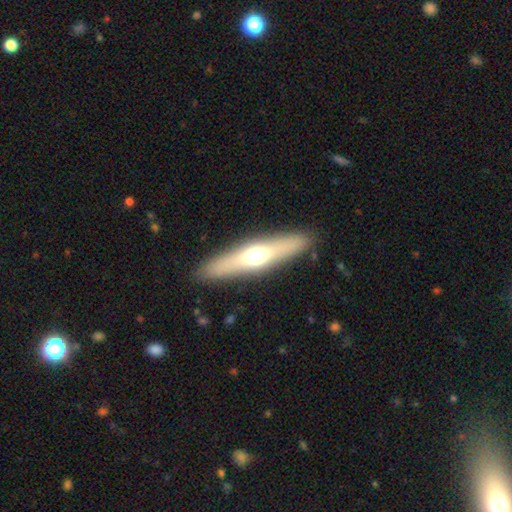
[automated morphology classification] Smooth or featured?
  - featured or disk: 49% *
  - smooth: 44%
  - star or artifact: 6%
Merging?
  - none: 89% *
  - minor disturbance: 8%
  - major disturbance: 2%
  - merger: 1%